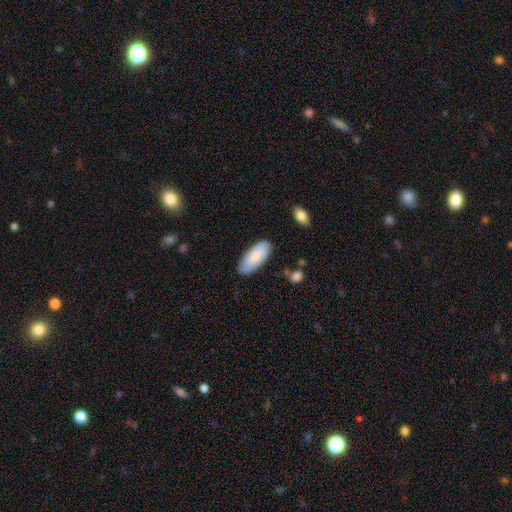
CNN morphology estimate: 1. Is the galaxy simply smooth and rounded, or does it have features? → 84% smooth, 10% featured or disk, 6% star or artifact.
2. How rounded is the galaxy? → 84% in between, 15% cigar-shaped, 2% round.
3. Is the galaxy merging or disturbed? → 82% none, 13% minor disturbance, 2% major disturbance, 2% merger.